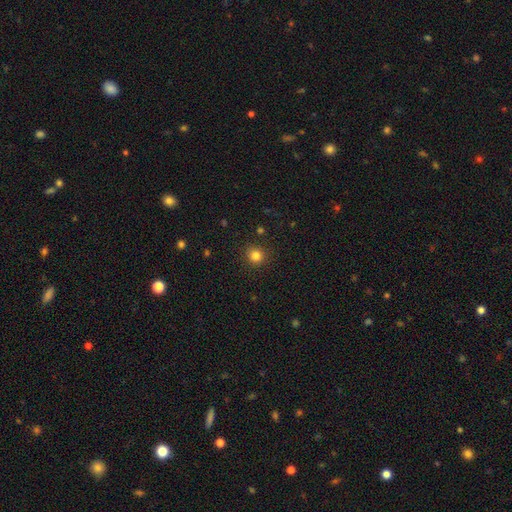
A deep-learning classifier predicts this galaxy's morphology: The model was most divided on "smooth or featured": smooth: 82%, star or artifact: 13%, featured or disk: 4%. More confident: how rounded — round (92%); merging — none (90%).